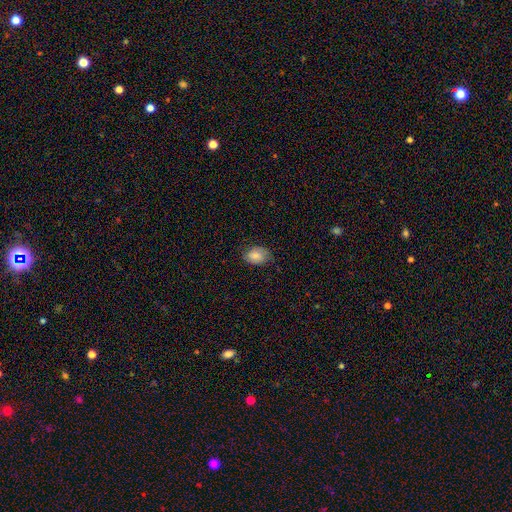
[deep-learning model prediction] Smooth or featured? Predicted: smooth (p=0.78). How rounded? Predicted: in between (p=0.74). Merging? Predicted: none (p=0.68).